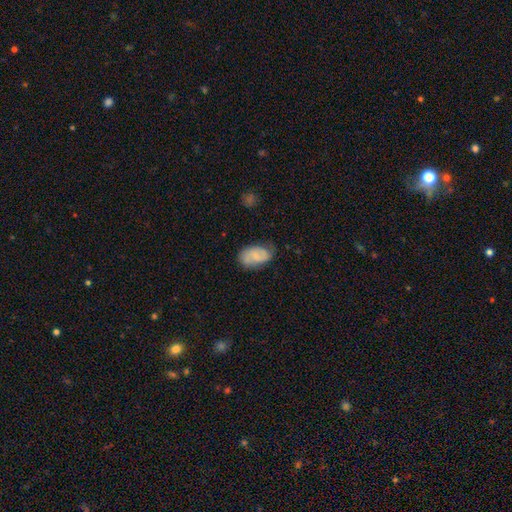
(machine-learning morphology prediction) smooth 57%, featured or disk 35%, star or artifact 8%. Down the decision tree: how rounded — in between (91%); merging — none (66%).